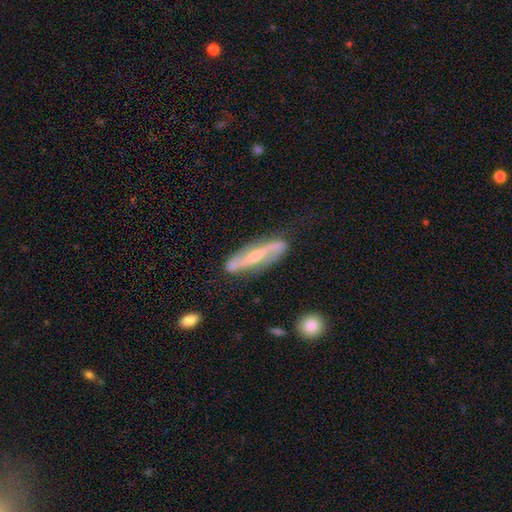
A featured or disk galaxy (82%) with a strong bar (55%), 2 (80%) medium (50%) spiral arms (91%) and a moderate central bulge (68%).

Vote fractions:
- Smooth or featured? featured or disk: 82% / smooth: 13% / star or artifact: 5%
- Edge-on disk? no: 71% / yes: 29%
- Bar? strong: 55% / weak: 27% / no: 18%
- Spiral arms? yes: 91% / no: 9%
- Spiral winding? medium: 50% / tight: 40% / loose: 10%
- Spiral arm count? 2: 80% / can't tell: 20% / 1: 0% / 3: 0% / 4: 0% / more than 4: 0%
- Bulge size? moderate: 68% / small: 23% / large: 9% / dominant: 0% / none: 0%
- Merging? none: 89% / minor disturbance: 6% / major disturbance: 3% / merger: 3%